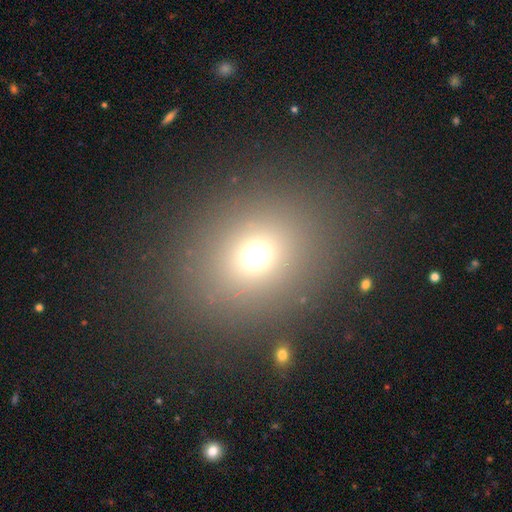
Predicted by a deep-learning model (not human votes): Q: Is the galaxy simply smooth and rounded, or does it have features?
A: smooth — 69%.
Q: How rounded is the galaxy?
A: round — 68%.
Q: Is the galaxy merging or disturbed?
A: none — 86%.